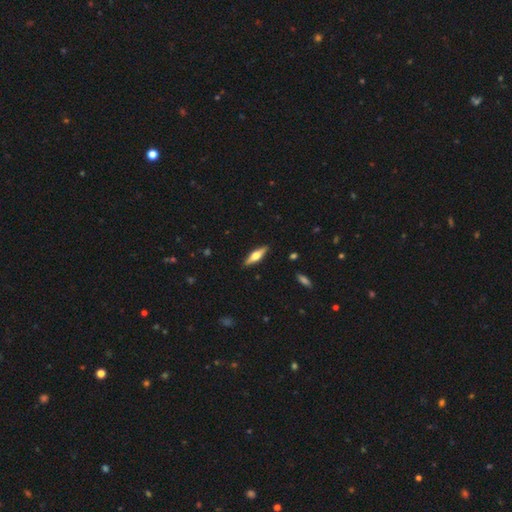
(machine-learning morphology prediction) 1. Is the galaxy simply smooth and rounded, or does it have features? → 58% featured or disk, 36% smooth, 6% star or artifact.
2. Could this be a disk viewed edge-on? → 95% yes, 5% no.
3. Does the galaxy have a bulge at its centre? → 92% rounded, 6% boxy, 2% none.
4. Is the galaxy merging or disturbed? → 90% none, 8% minor disturbance, 2% major disturbance, 1% merger.